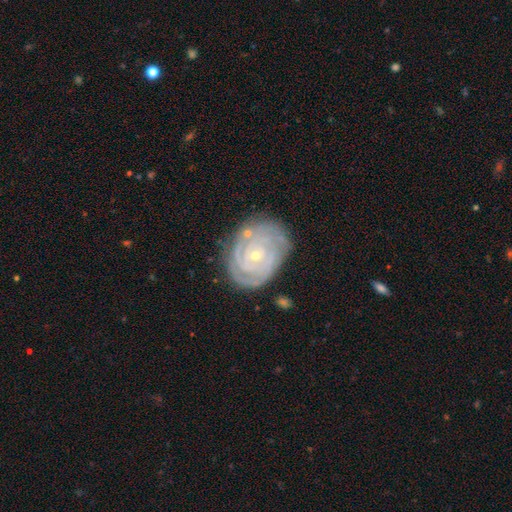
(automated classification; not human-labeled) This is clearly a featured or disk galaxy (88%). It is clearly not viewed edge-on (97%). Bar: likely no (71%). Spiral arm pattern: clearly yes (96%). Spiral arm count: marginally 2 (29%). Spiral winding: clearly tight (85%). Central bulge: likely small (75%). Merging: likely none (75%).